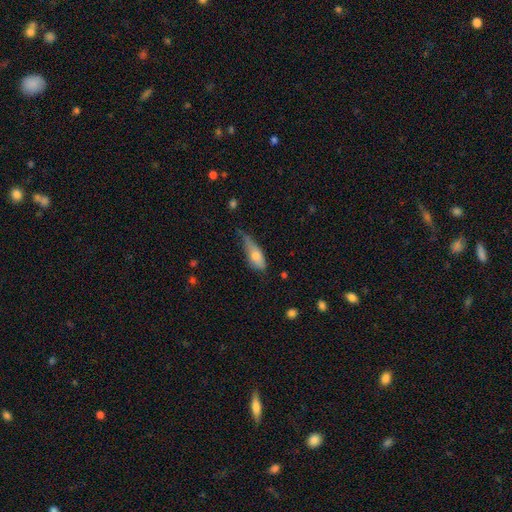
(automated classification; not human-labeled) smooth_or_featured: smooth (p=0.68) [alt: featured or disk p=0.25]
how_rounded: in between (p=0.63) [alt: cigar-shaped p=0.34]
merging: minor disturbance (p=0.44) [alt: none p=0.31]